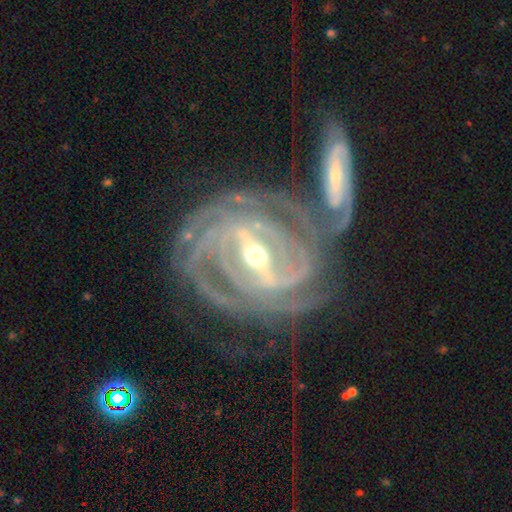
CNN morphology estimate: featured or disk 93%, star or artifact 4%, smooth 3%. Down the decision tree: edge-on disk — no (96%); bar — strong (77%); spiral arms — yes (97%); spiral arm count — 3 (24%); spiral winding — tight (74%); bulge size — moderate (55%); merging — none (58%).